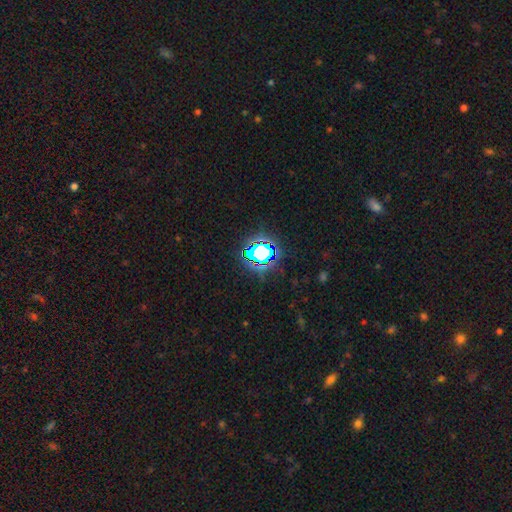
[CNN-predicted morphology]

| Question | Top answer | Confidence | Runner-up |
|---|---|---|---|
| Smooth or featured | star or artifact | 76% | smooth (15%) |